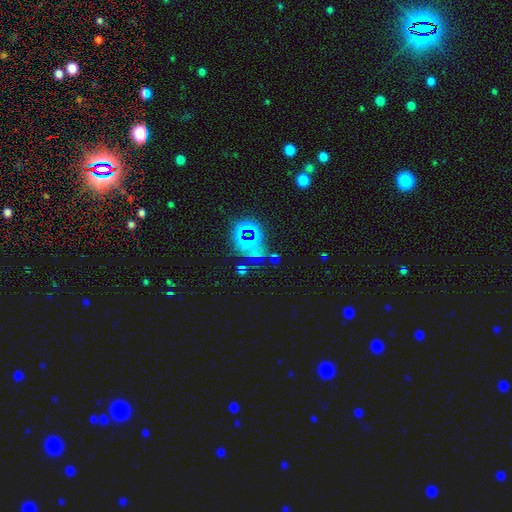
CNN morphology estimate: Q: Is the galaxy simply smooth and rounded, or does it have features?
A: star or artifact — 67%.